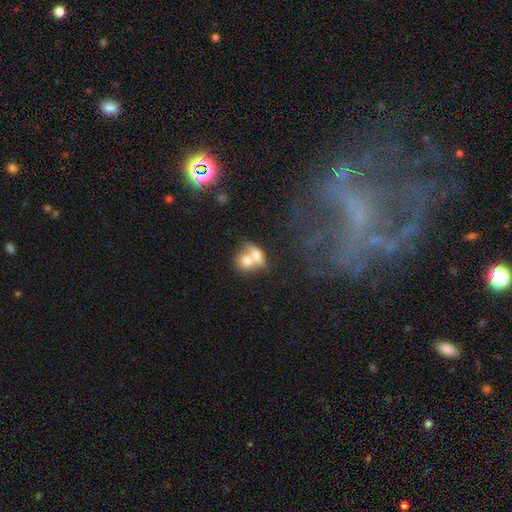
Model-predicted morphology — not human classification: Smooth or featured?
  - smooth: 68% *
  - featured or disk: 24%
  - star or artifact: 8%
How rounded?
  - in between: 51% *
  - round: 44%
  - cigar-shaped: 5%
Merging?
  - merger: 71% *
  - none: 18%
  - minor disturbance: 6%
  - major disturbance: 5%